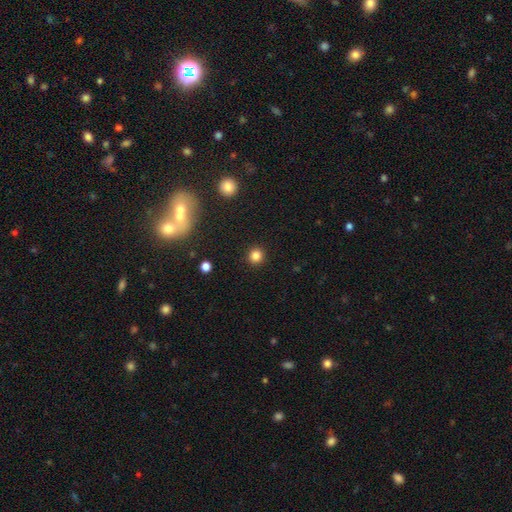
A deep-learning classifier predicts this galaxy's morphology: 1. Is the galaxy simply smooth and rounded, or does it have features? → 83% smooth, 12% star or artifact, 4% featured or disk.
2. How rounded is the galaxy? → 91% round, 8% in between, 1% cigar-shaped.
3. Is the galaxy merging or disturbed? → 92% none, 5% minor disturbance, 2% major disturbance, 1% merger.